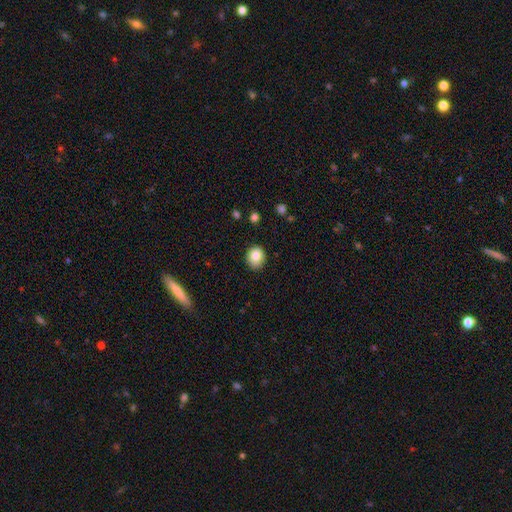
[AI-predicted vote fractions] Smooth or featured? Predicted: smooth (p=0.83). How rounded? Predicted: round (p=0.63). Merging? Predicted: none (p=0.87).